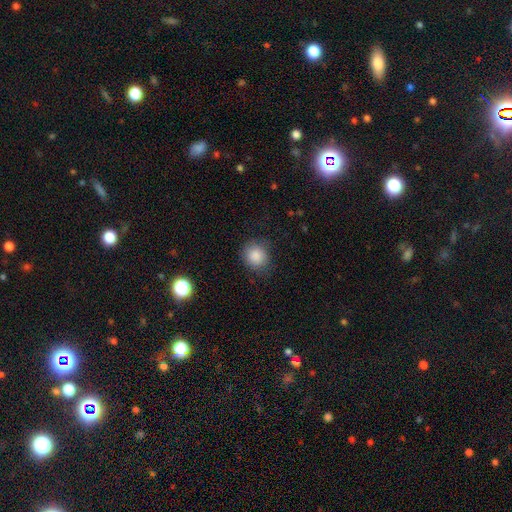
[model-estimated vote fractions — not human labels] Smooth or featured?
  - smooth: 87% *
  - star or artifact: 8%
  - featured or disk: 5%
How rounded?
  - round: 79% *
  - in between: 20%
  - cigar-shaped: 1%
Merging?
  - none: 79% *
  - minor disturbance: 16%
  - major disturbance: 4%
  - merger: 1%